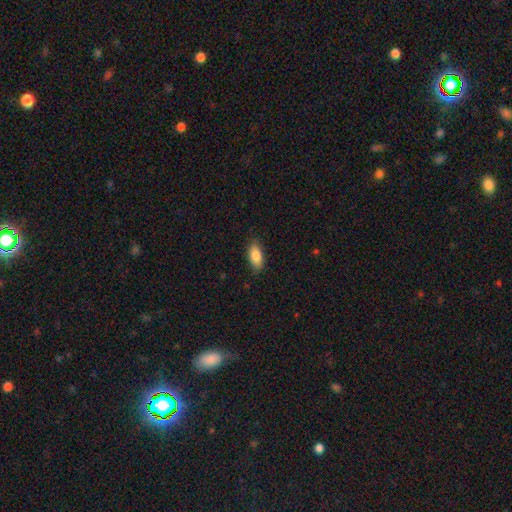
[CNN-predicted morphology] A smooth galaxy with no disk features (84%) that is in between round and cigar-shaped (87%).

Vote fractions:
- Smooth or featured? smooth: 84% / featured or disk: 9% / star or artifact: 7%
- How rounded? in between: 87% / cigar-shaped: 11% / round: 3%
- Merging? none: 83% / minor disturbance: 13% / major disturbance: 3% / merger: 1%